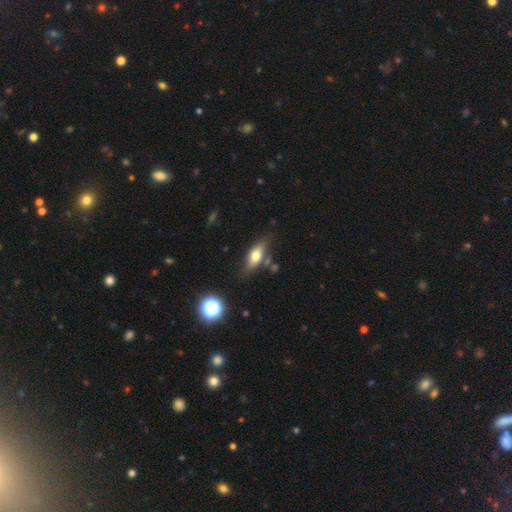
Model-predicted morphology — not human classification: Smooth or featured? smooth (57%)
How rounded? in between (66%)
Merging? none (70%)